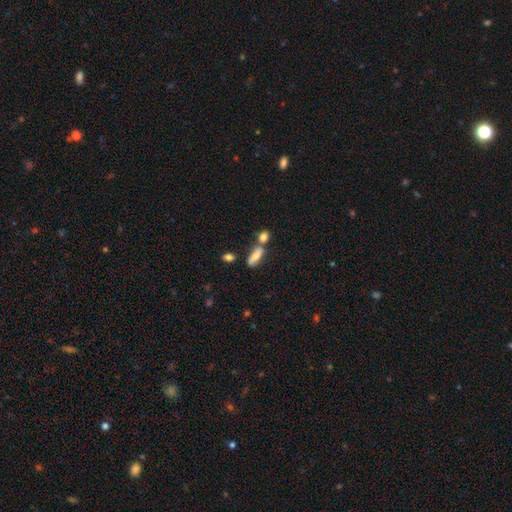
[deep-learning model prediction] Overall: smooth (69%). How rounded: in between (58%; cigar-shaped 38%). Merging: none (50%; merger 32%).